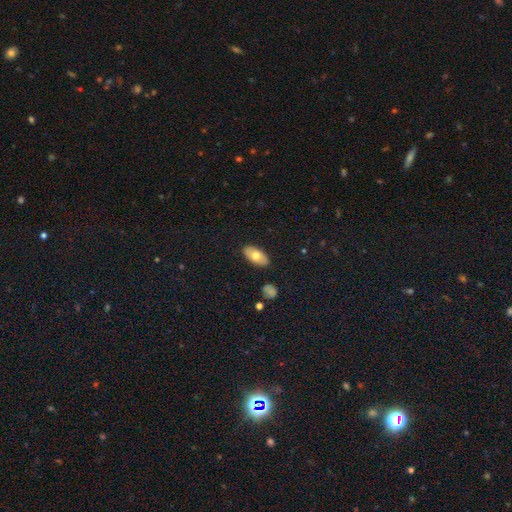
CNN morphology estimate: This appears to be a smooth galaxy with no disk features (70%) that is in between round and cigar-shaped (92%). Merging: none (87%).